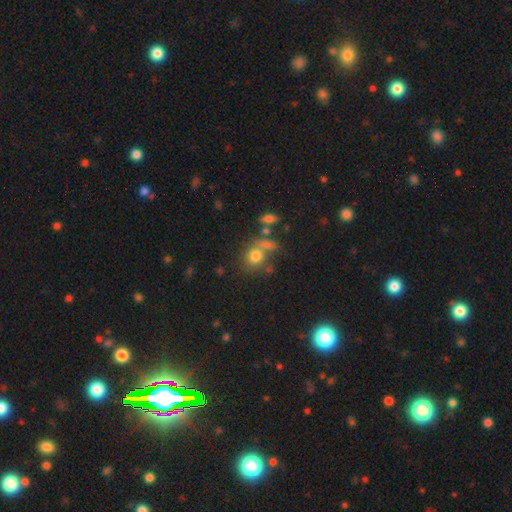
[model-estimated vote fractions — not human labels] A smooth galaxy with no disk features (74%) that is round (74%).

Vote fractions:
- Smooth or featured? smooth: 74% / star or artifact: 14% / featured or disk: 12%
- How rounded? round: 74% / in between: 25% / cigar-shaped: 2%
- Merging? none: 52% / merger: 26% / minor disturbance: 14% / major disturbance: 9%